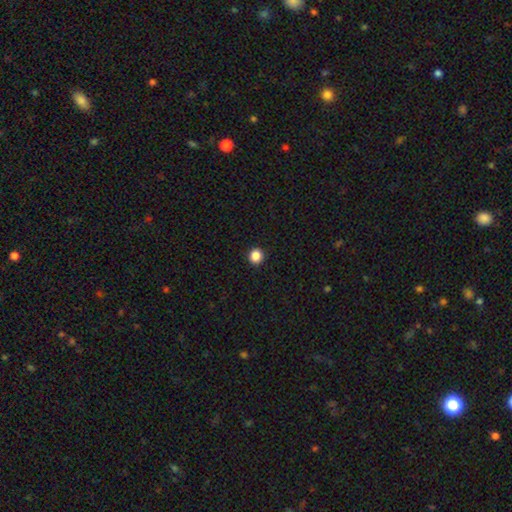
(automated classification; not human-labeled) Overall: smooth (86%). How rounded: round (92%). Merging: none (93%).